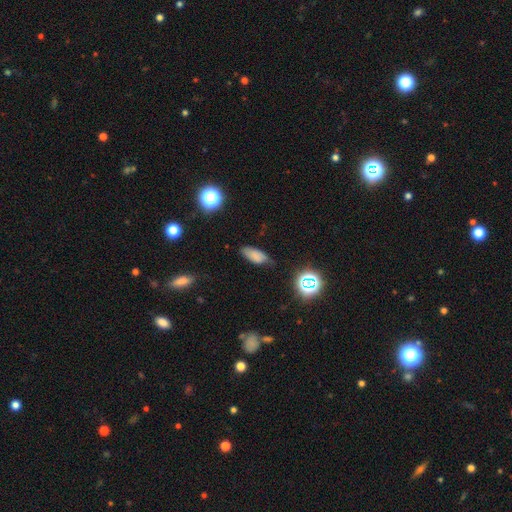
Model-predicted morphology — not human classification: smooth 77%, star or artifact 13%, featured or disk 10%. Down the decision tree: how rounded — in between (83%); merging — none (70%).